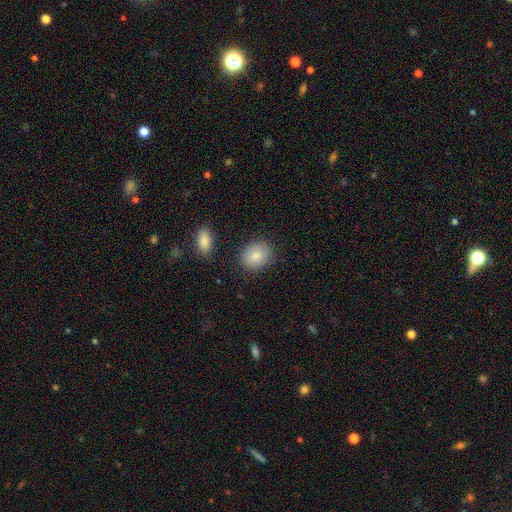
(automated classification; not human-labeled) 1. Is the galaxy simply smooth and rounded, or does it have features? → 85% smooth, 8% featured or disk, 7% star or artifact.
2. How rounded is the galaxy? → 55% round, 44% in between, 1% cigar-shaped.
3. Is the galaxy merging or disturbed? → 83% none, 11% minor disturbance, 3% major disturbance, 3% merger.